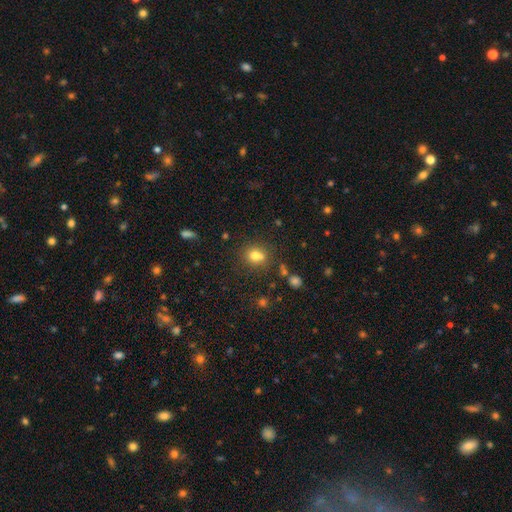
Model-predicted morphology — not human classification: This appears to be a smooth galaxy with no disk features (76%) that is round (64%). Merging: none (58%).